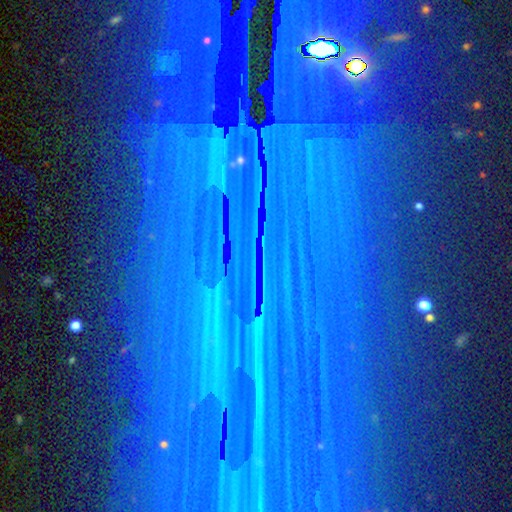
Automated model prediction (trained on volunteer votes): A star or artifact, not a galaxy (83%).